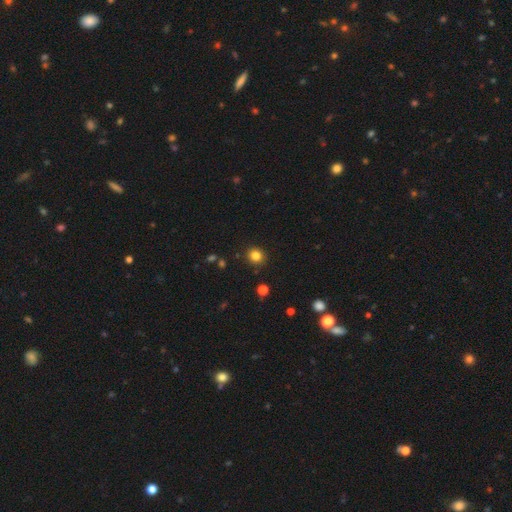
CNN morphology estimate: This is clearly a smooth galaxy (83%). How rounded: clearly round (88%). Merging: clearly none (90%).